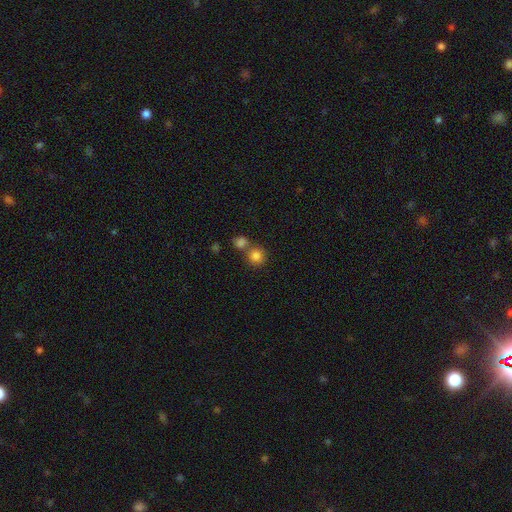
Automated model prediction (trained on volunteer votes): smooth 83%, star or artifact 11%, featured or disk 6%. Down the decision tree: how rounded — round (90%); merging — none (57%).